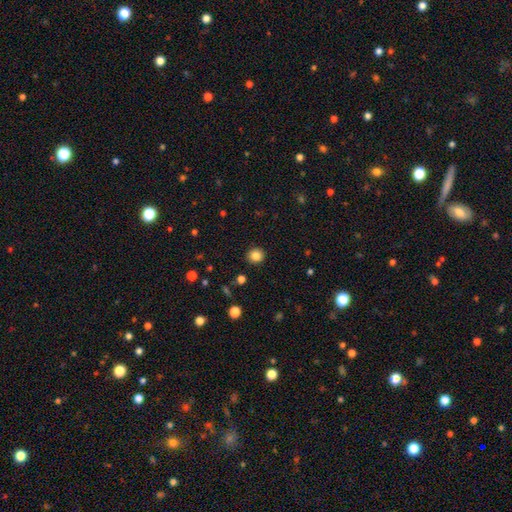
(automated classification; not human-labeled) The model was most divided on "smooth or featured": smooth: 83%, star or artifact: 11%, featured or disk: 6%. More confident: merging — none (91%); how rounded — round (87%).